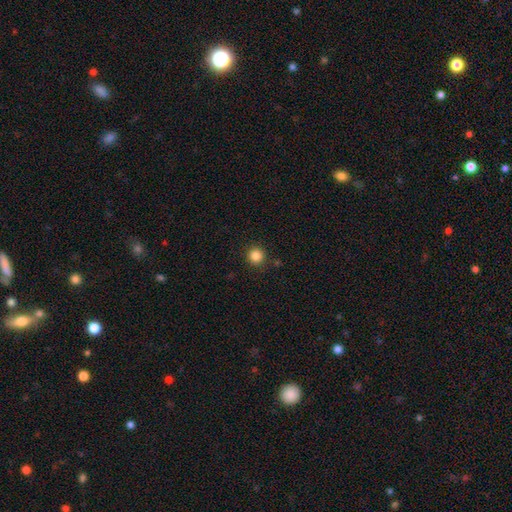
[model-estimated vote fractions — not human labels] A smooth galaxy with no disk features (85%) that is round (95%). Merging: none (91%).